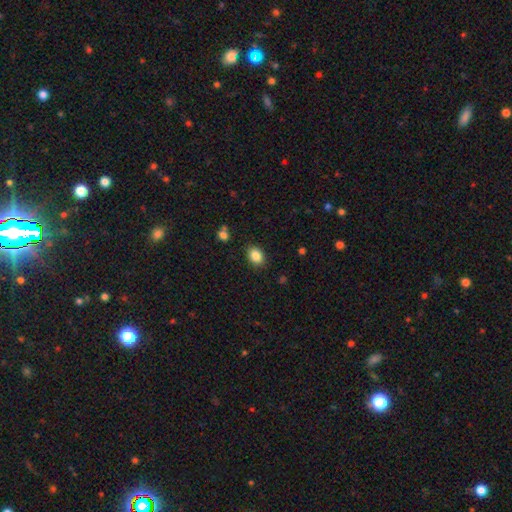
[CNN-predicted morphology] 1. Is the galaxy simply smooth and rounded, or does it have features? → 87% smooth, 9% star or artifact, 4% featured or disk.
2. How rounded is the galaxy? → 71% in between, 28% round, 1% cigar-shaped.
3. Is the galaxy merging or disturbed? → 87% none, 9% minor disturbance, 3% major disturbance, 2% merger.